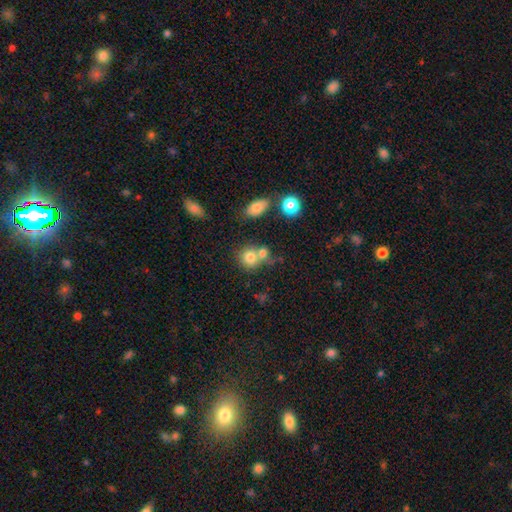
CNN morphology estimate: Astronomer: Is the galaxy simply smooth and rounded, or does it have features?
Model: smooth — 74%.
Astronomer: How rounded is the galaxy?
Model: round — 80%.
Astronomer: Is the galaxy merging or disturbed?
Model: none — 49% (runner-up: merger, 36%).